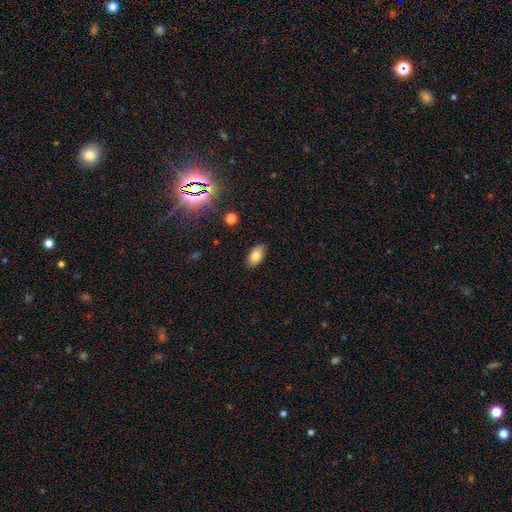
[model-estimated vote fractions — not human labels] smooth_or_featured: smooth (p=0.81) [alt: star or artifact p=0.10]
how_rounded: in between (p=0.92) [alt: round p=0.05]
merging: none (p=0.87) [alt: minor disturbance p=0.10]